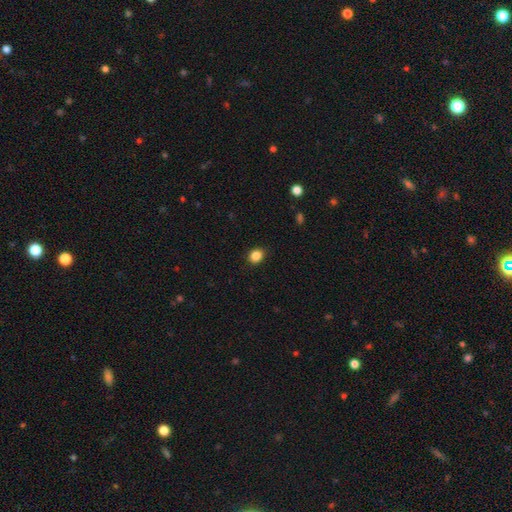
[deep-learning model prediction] Smooth or featured?
  - smooth: 85% *
  - star or artifact: 11%
  - featured or disk: 4%
How rounded?
  - round: 62% *
  - in between: 37%
  - cigar-shaped: 1%
Merging?
  - none: 90% *
  - minor disturbance: 7%
  - major disturbance: 2%
  - merger: 1%